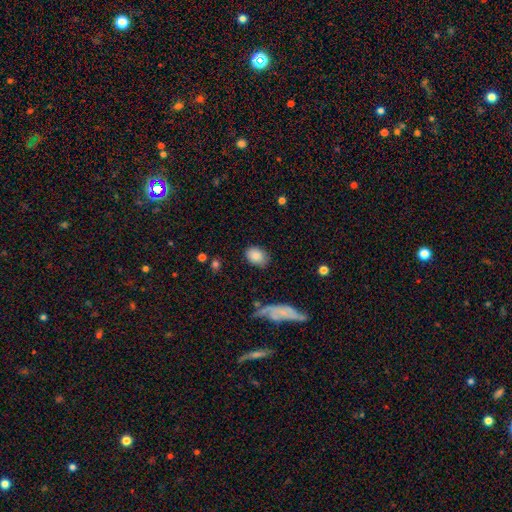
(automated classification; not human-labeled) Morphology: type=smooth (84%); roundness=in between (70%); merging=none (76%).